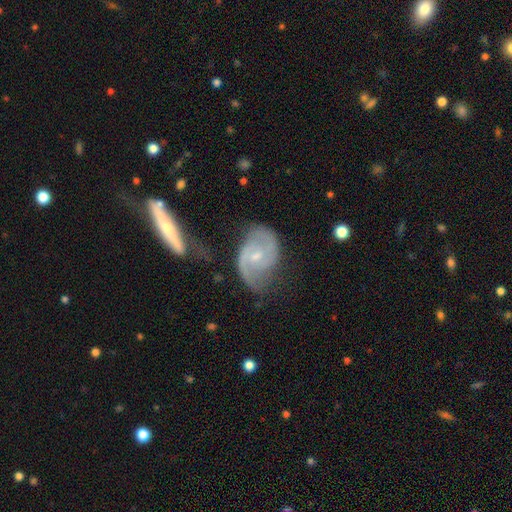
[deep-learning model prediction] Smooth or featured?
  - featured or disk: 84% *
  - smooth: 11%
  - star or artifact: 5%
Edge-on disk?
  - no: 96% *
  - yes: 4%
Bar?
  - weak: 49% *
  - no: 41%
  - strong: 10%
Spiral arms?
  - yes: 94% *
  - no: 6%
Spiral winding?
  - medium: 51% *
  - tight: 26%
  - loose: 22%
Spiral arm count?
  - 2: 84% *
  - can't tell: 8%
  - 1: 3%
  - 3: 2%
  - 4: 1%
  - more than 4: 1%
Bulge size?
  - small: 60% *
  - moderate: 34%
  - none: 4%
  - large: 1%
  - dominant: 1%
Merging?
  - none: 55% *
  - minor disturbance: 23%
  - major disturbance: 13%
  - merger: 9%